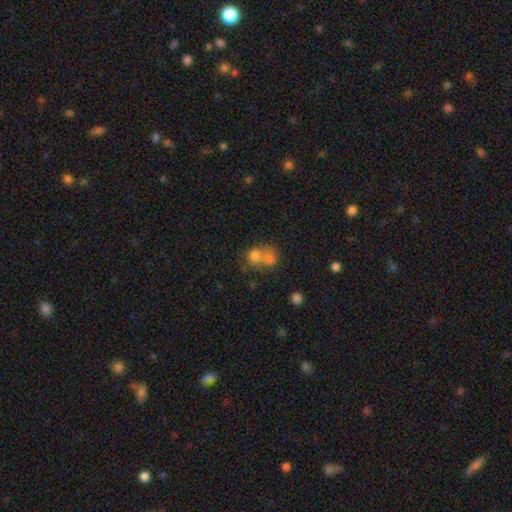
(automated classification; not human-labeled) Smooth or featured?
  - smooth: 71% *
  - featured or disk: 18%
  - star or artifact: 11%
How rounded?
  - round: 69% *
  - in between: 30%
  - cigar-shaped: 1%
Merging?
  - merger: 66% *
  - none: 24%
  - minor disturbance: 6%
  - major disturbance: 4%